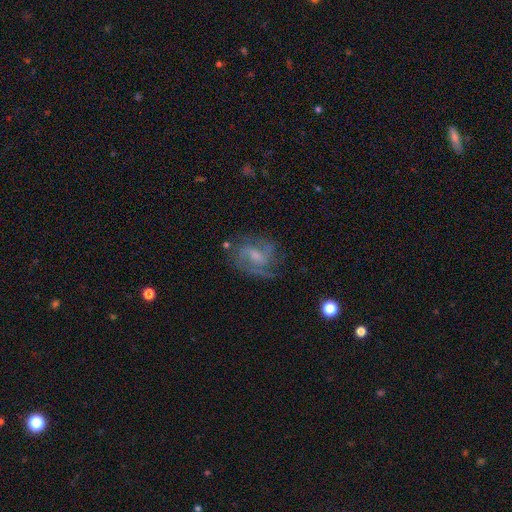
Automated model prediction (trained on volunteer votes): Smooth or featured? featured or disk (79%)
Edge-on disk? no (97%)
Bar? weak (55%)
Spiral arms? yes (93%)
Spiral winding? medium (50%)
Spiral arm count? 2 (48%)
Bulge size? small (50%)
Merging? none (69%)